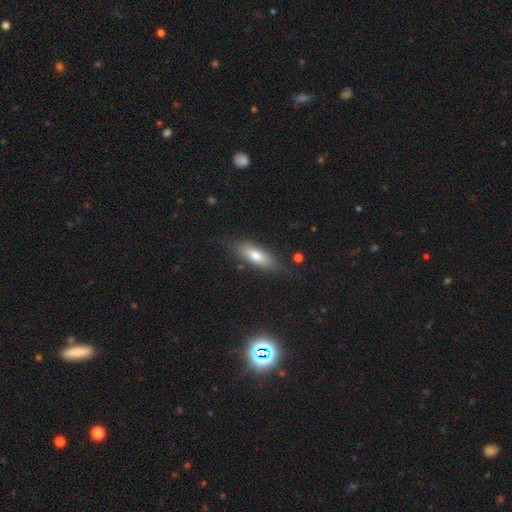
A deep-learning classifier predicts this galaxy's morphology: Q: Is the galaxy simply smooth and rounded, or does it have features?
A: smooth — 69%.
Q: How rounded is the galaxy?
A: in between — 61%.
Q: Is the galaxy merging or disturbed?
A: none — 77%.